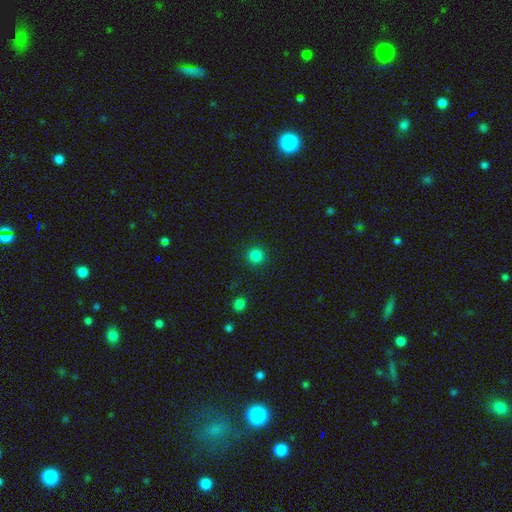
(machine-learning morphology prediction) Smooth or featured: smooth — 84% (star or artifact — 13%)
How rounded: round — 95% (in between — 4%)
Merging: none — 91% (minor disturbance — 5%)